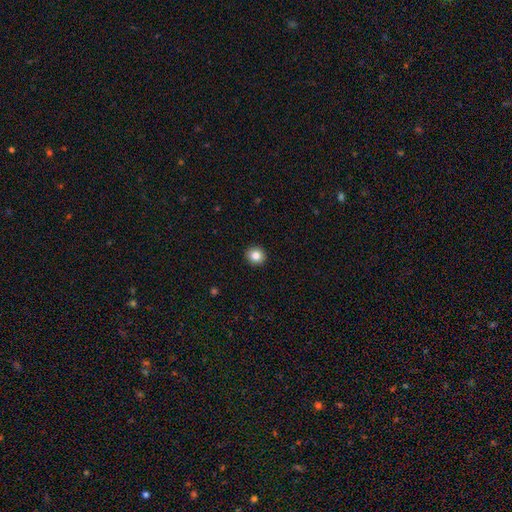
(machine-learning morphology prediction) smooth-or-featured: smooth: 83% | star or artifact: 10% | featured or disk: 7%
  how-rounded: round: 90% | in between: 9% | cigar-shaped: 1%
  merging: none: 93% | minor disturbance: 5% | major disturbance: 1% | merger: 1%